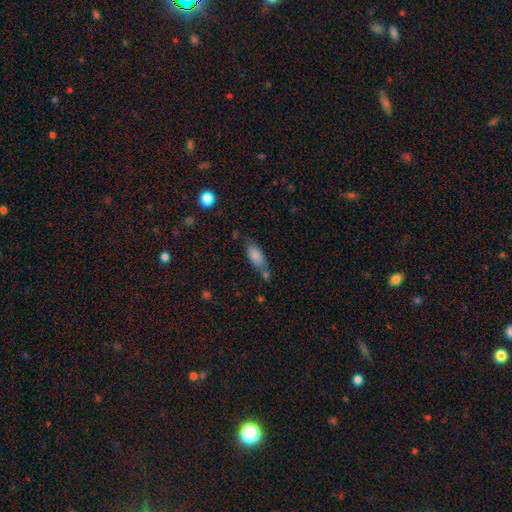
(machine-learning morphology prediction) Q: Smooth or featured?
A: smooth (83%); runner-up: featured or disk (10%)
Q: How rounded?
A: in between (77%); runner-up: cigar-shaped (20%)
Q: Merging?
A: none (51%); runner-up: minor disturbance (25%)